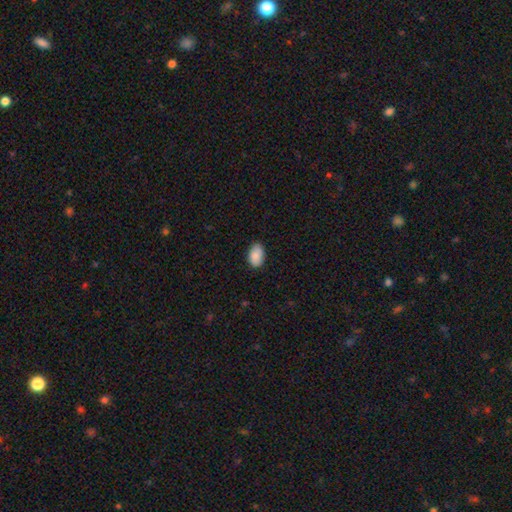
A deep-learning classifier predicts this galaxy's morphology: This appears to be a smooth galaxy with no disk features (89%) that is in between round and cigar-shaped (92%). Merging: none (83%).